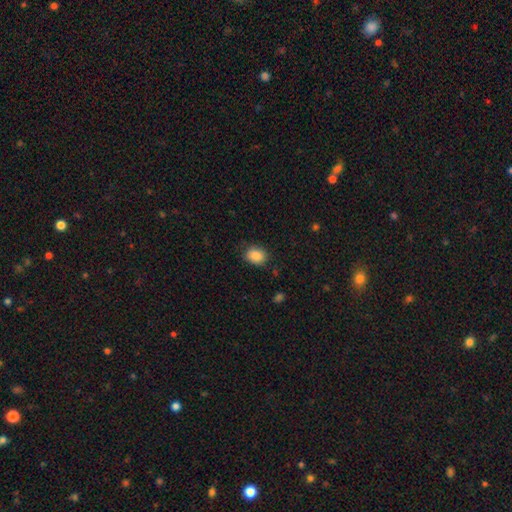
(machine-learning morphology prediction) smooth 88%, star or artifact 8%, featured or disk 4%. Down the decision tree: how rounded — in between (60%); merging — none (81%).